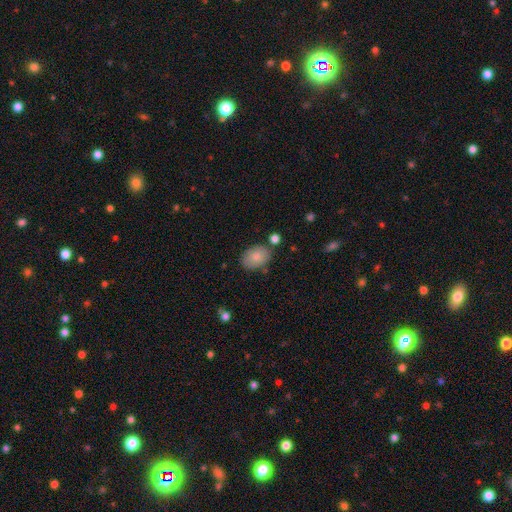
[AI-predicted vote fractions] smooth 80%, featured or disk 12%, star or artifact 7%. Down the decision tree: how rounded — in between (82%); merging — none (77%).